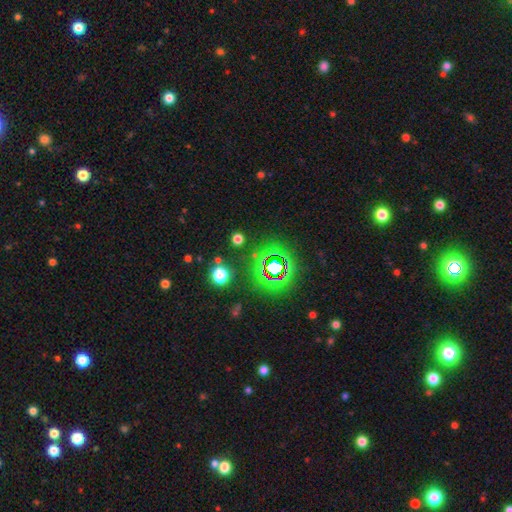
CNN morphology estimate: A star or artifact, not a galaxy (74%).